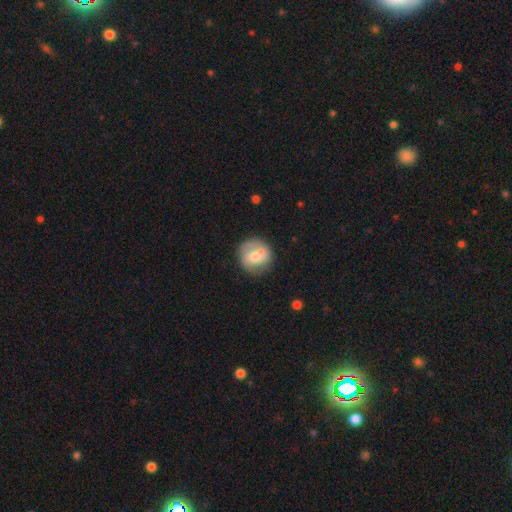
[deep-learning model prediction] A smooth galaxy with no disk features (54%) that is round (86%).

Vote fractions:
- Smooth or featured? smooth: 54% / featured or disk: 39% / star or artifact: 7%
- How rounded? round: 86% / in between: 12% / cigar-shaped: 1%
- Merging? none: 59% / minor disturbance: 19% / merger: 15% / major disturbance: 7%